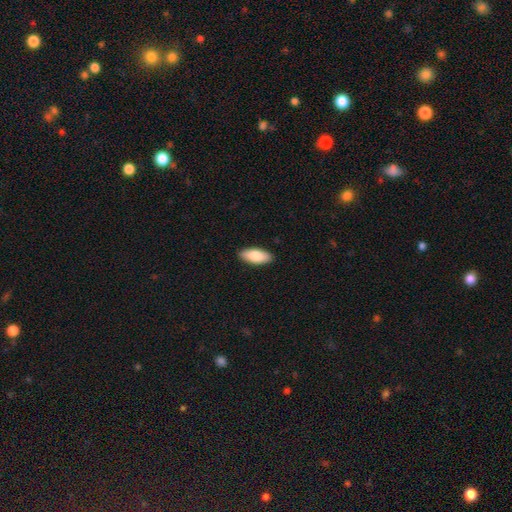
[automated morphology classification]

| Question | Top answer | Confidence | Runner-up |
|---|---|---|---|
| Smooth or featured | smooth | 86% | featured or disk (9%) |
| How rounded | in between | 82% | cigar-shaped (16%) |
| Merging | none | 90% | minor disturbance (8%) |